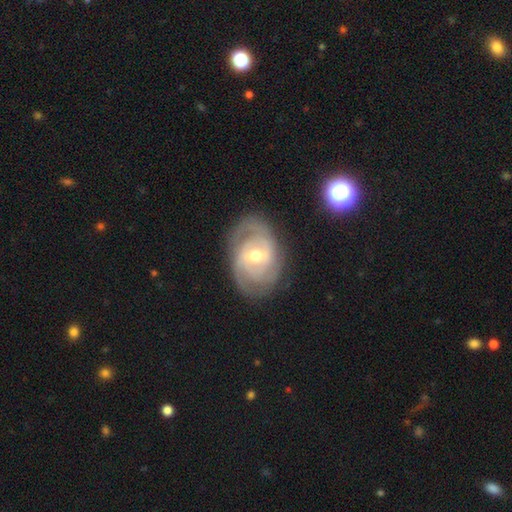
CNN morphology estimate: Q: Smooth or featured?
A: featured or disk (86%); runner-up: smooth (8%)
Q: Edge-on disk?
A: no (97%); runner-up: yes (3%)
Q: Bar?
A: weak (49%); runner-up: no (35%)
Q: Spiral arms?
A: yes (95%); runner-up: no (5%)
Q: Spiral winding?
A: tight (62%); runner-up: medium (31%)
Q: Spiral arm count?
A: 2 (32%); runner-up: 3 (27%)
Q: Bulge size?
A: moderate (63%); runner-up: small (33%)
Q: Merging?
A: none (78%); runner-up: minor disturbance (16%)